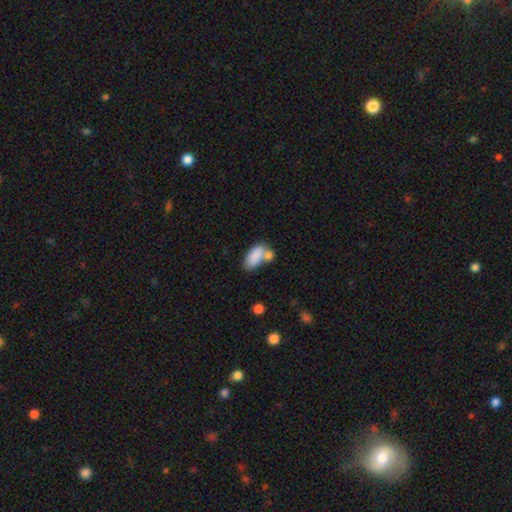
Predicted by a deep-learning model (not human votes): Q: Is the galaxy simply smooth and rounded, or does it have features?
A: smooth — 83%.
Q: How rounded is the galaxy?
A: in between — 90%.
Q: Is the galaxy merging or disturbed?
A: merger — 44%.